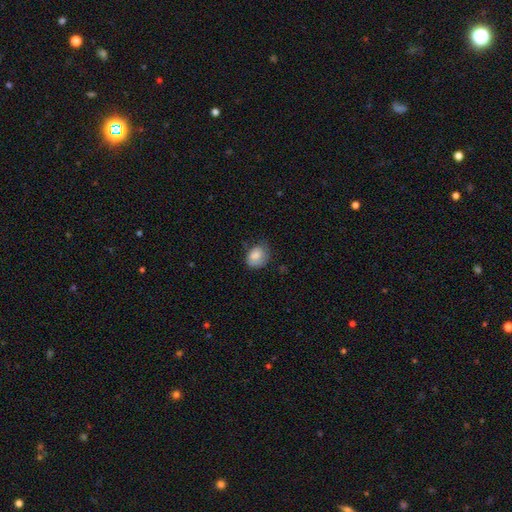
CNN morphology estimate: A smooth galaxy with no disk features (82%) that is in between round and cigar-shaped (55%).

Vote fractions:
- Smooth or featured? smooth: 82% / featured or disk: 10% / star or artifact: 8%
- How rounded? in between: 55% / round: 44% / cigar-shaped: 1%
- Merging? none: 56% / minor disturbance: 32% / major disturbance: 10% / merger: 2%